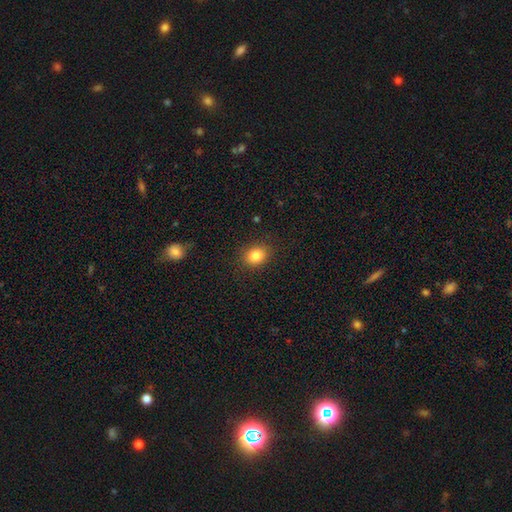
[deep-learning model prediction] A smooth galaxy with no disk features (83%) that is round (53%). Merging: none (88%).